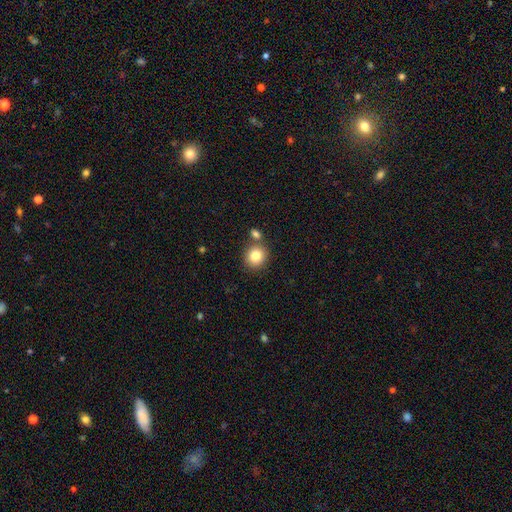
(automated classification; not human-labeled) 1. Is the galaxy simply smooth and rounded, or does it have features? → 83% smooth, 10% star or artifact, 8% featured or disk.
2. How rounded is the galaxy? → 82% round, 17% in between, 1% cigar-shaped.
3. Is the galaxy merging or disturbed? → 70% none, 19% merger, 8% minor disturbance, 2% major disturbance.